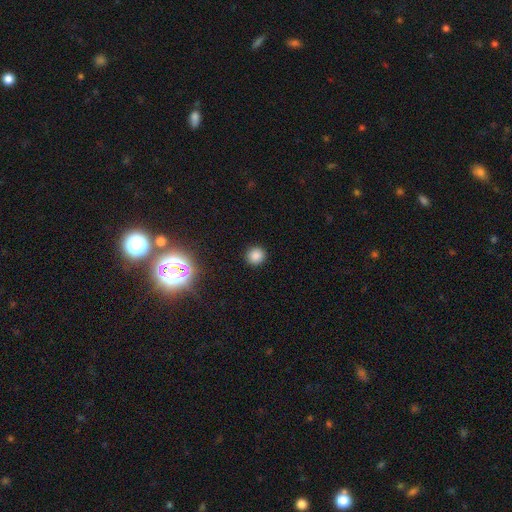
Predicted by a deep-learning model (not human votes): Morphology: type=smooth (83%); roundness=round (92%); merging=none (91%).